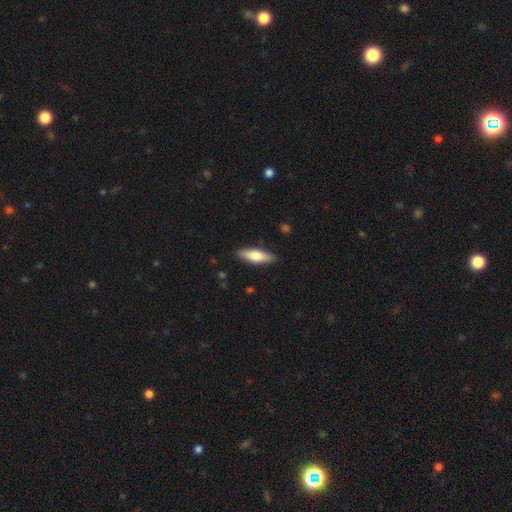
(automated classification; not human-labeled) Morphology: type=smooth (67%); roundness=cigar-shaped (51%); merging=none (88%).